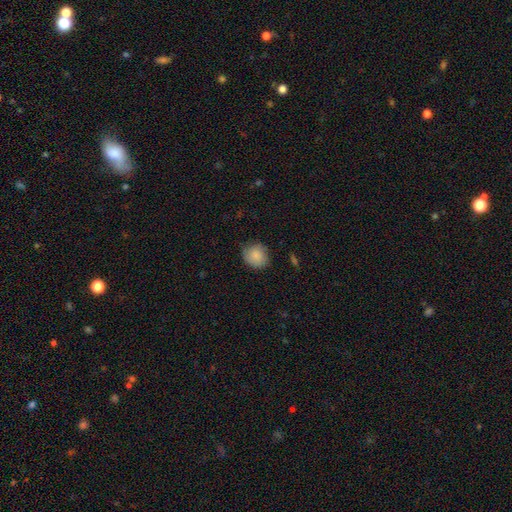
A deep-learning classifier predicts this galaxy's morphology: Smooth or featured: smooth — 86% (featured or disk — 7%)
How rounded: round — 79% (in between — 20%)
Merging: none — 71% (minor disturbance — 23%)